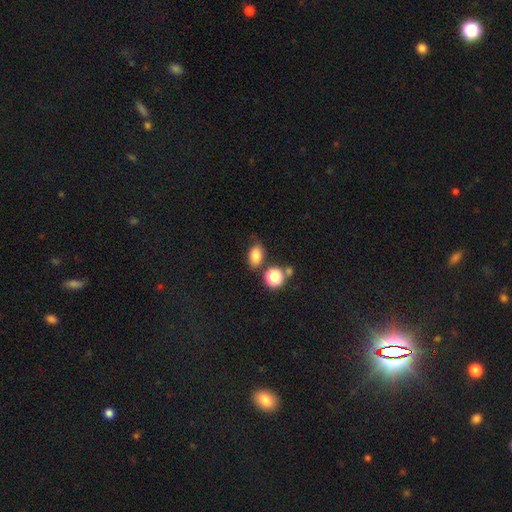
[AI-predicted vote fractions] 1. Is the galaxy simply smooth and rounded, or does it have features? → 81% smooth, 12% star or artifact, 7% featured or disk.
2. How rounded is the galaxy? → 79% in between, 20% round, 2% cigar-shaped.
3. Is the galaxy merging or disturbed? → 73% none, 15% minor disturbance, 8% merger, 4% major disturbance.